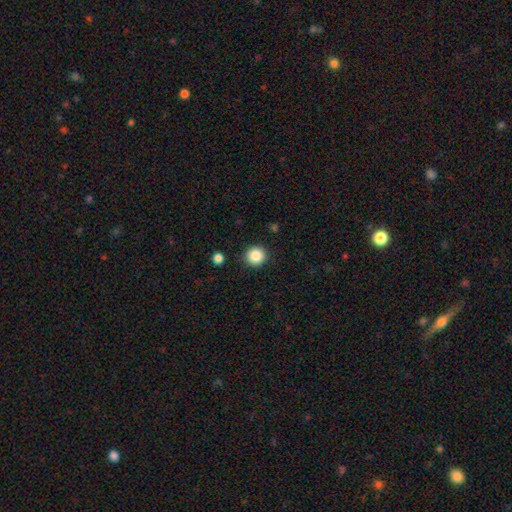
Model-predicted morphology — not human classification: A smooth galaxy with no disk features (86%) that is round (94%). Merging: none (90%).